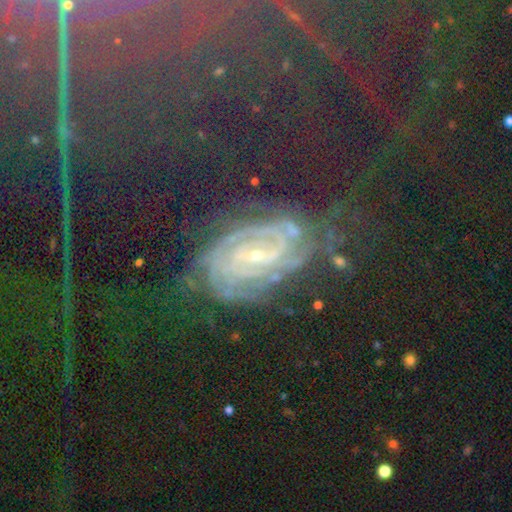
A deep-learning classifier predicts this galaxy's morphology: Smooth or featured: featured or disk — 43% (star or artifact — 35%)
Merging: none — 71% (minor disturbance — 16%)